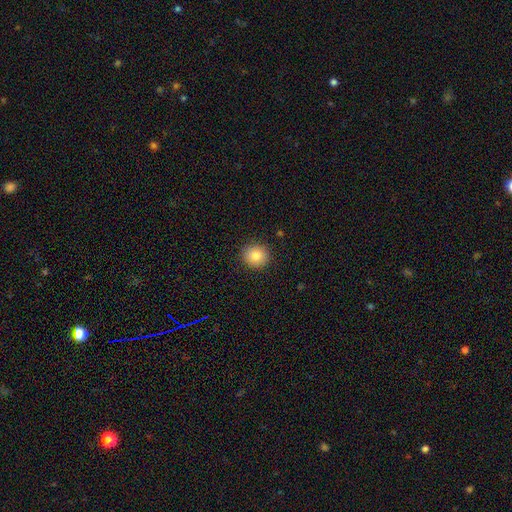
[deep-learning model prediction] Overall: smooth (86%). How rounded: round (86%). Merging: none (90%).